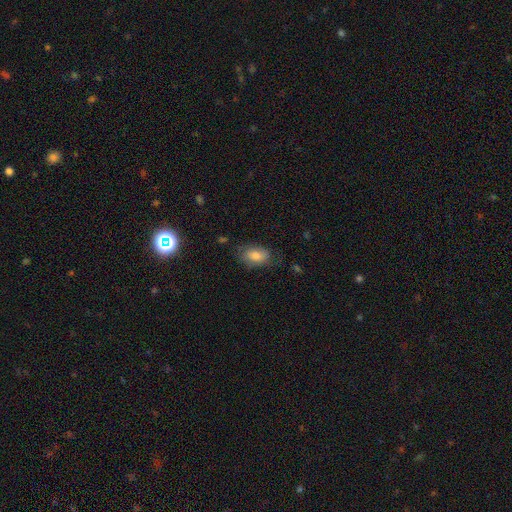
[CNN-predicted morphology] Smooth or featured? Predicted: smooth (p=0.80). How rounded? Predicted: in between (p=0.90). Merging? Predicted: none (p=0.71).